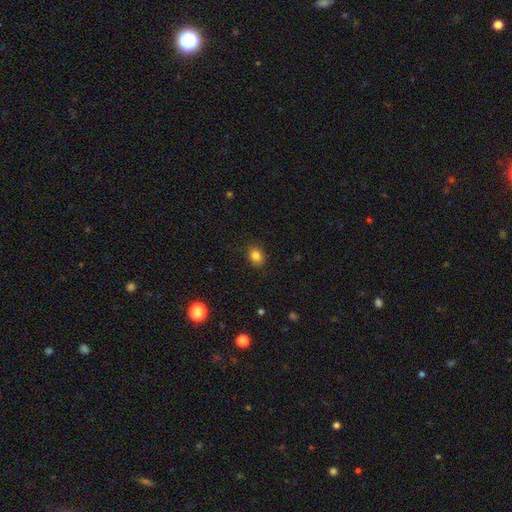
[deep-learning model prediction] Smooth or featured? smooth (83%)
How rounded? in between (53%)
Merging? none (87%)